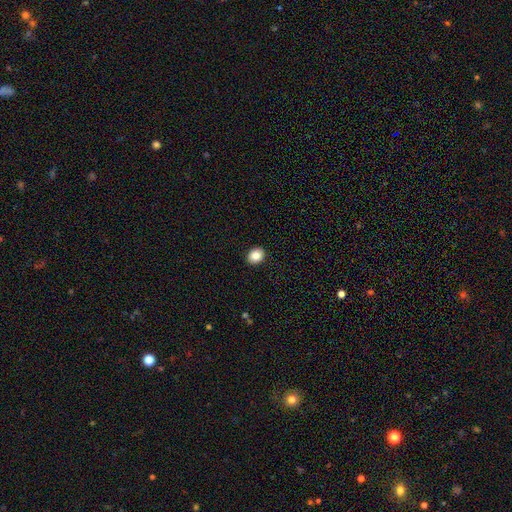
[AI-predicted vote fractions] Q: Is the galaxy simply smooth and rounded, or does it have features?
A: smooth — 86%.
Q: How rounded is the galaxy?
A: in between — 52%.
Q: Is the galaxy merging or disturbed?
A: none — 92%.